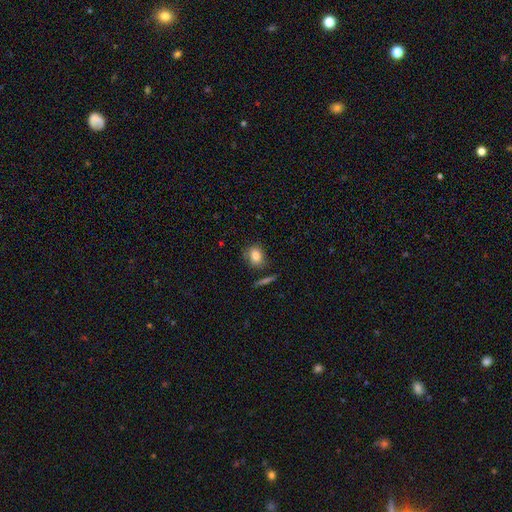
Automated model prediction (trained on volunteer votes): Overall: smooth (81%). How rounded: round (51%; in between 47%). Merging: none (75%).